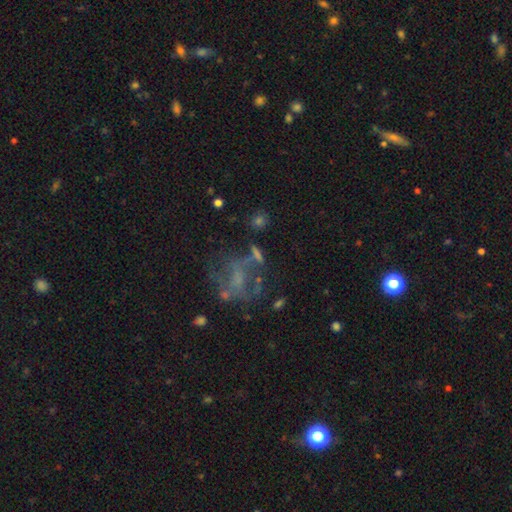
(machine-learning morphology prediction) featured or disk 54%, smooth 23%, star or artifact 22%. Down the decision tree: edge-on disk — no (97%); bar — no (71%); spiral arms — no (68%); bulge size — none (53%); merging — none (43%).